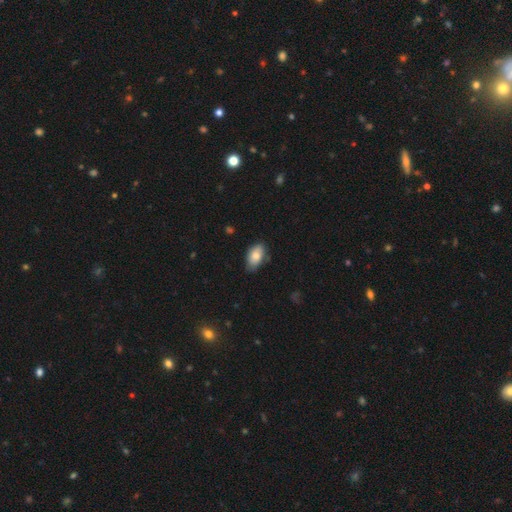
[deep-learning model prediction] This is clearly a smooth galaxy (80%). How rounded: clearly in between (93%). Merging: likely none (72%).